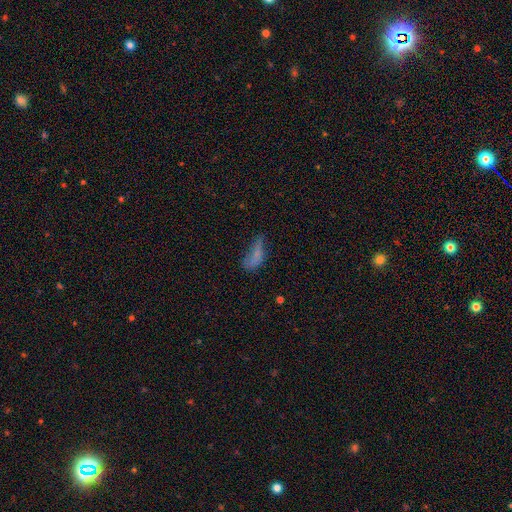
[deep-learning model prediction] Q: Smooth or featured?
A: smooth (59%); runner-up: featured or disk (28%)
Q: How rounded?
A: in between (65%); runner-up: cigar-shaped (31%)
Q: Merging?
A: major disturbance (32%); runner-up: none (31%)